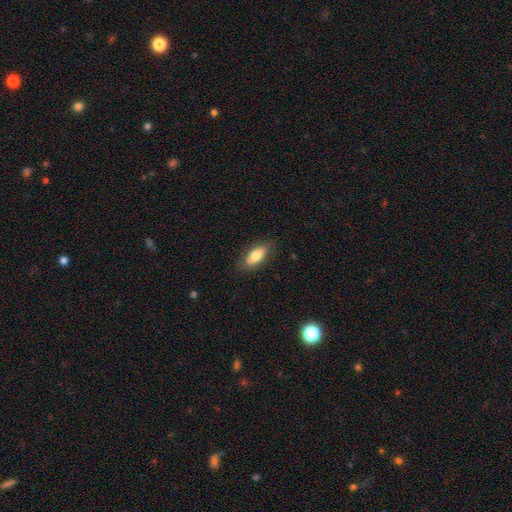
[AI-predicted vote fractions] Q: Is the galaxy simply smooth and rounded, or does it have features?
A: smooth — 75%.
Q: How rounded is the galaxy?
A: in between — 84%.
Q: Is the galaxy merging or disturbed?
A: none — 84%.